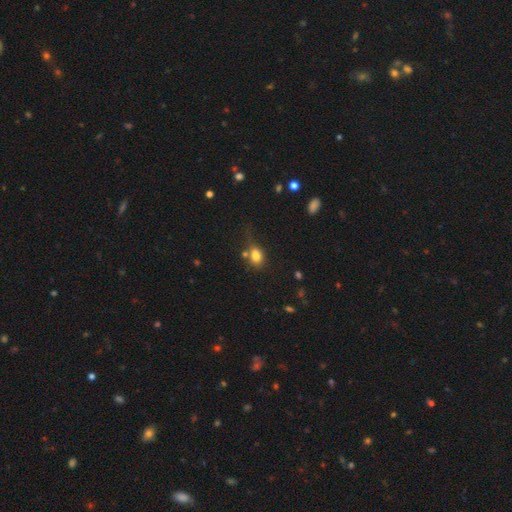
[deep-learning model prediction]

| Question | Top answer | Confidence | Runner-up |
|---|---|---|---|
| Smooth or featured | smooth | 79% | star or artifact (11%) |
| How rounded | in between | 64% | round (34%) |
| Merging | none | 49% | minor disturbance (23%) |